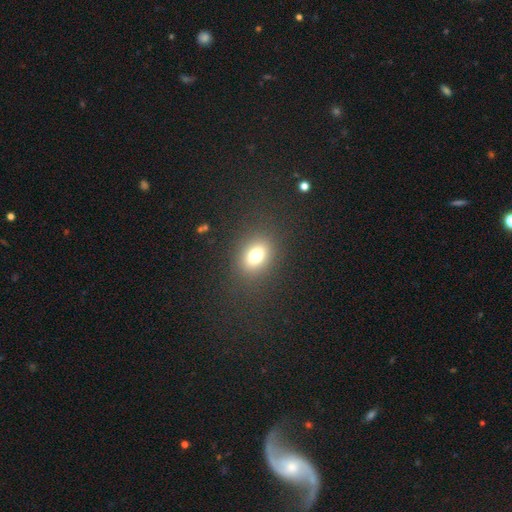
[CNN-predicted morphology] Q: Smooth or featured?
A: smooth (75%); runner-up: star or artifact (14%)
Q: How rounded?
A: in between (63%); runner-up: round (36%)
Q: Merging?
A: none (85%); runner-up: minor disturbance (9%)